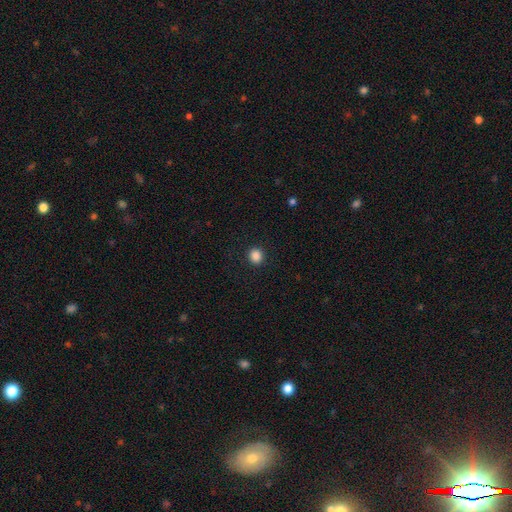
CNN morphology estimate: Smooth or featured?
  - smooth: 87% *
  - star or artifact: 10%
  - featured or disk: 3%
How rounded?
  - round: 83% *
  - in between: 16%
  - cigar-shaped: 1%
Merging?
  - none: 92% *
  - minor disturbance: 5%
  - major disturbance: 2%
  - merger: 1%